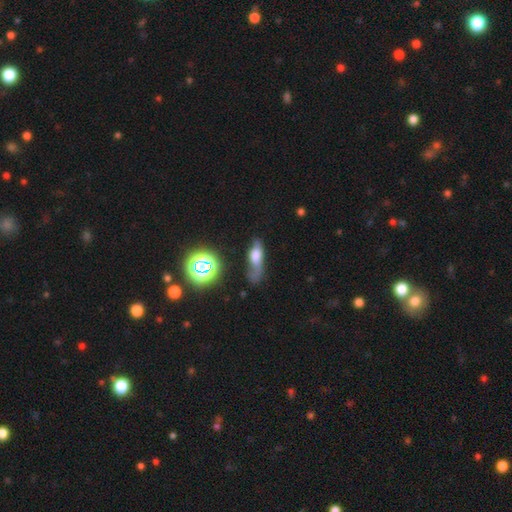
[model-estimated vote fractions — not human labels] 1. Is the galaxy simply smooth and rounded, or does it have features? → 51% smooth, 33% featured or disk, 15% star or artifact.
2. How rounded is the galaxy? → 55% in between, 35% cigar-shaped, 10% round.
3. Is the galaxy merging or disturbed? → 34% none, 31% major disturbance, 27% minor disturbance, 8% merger.